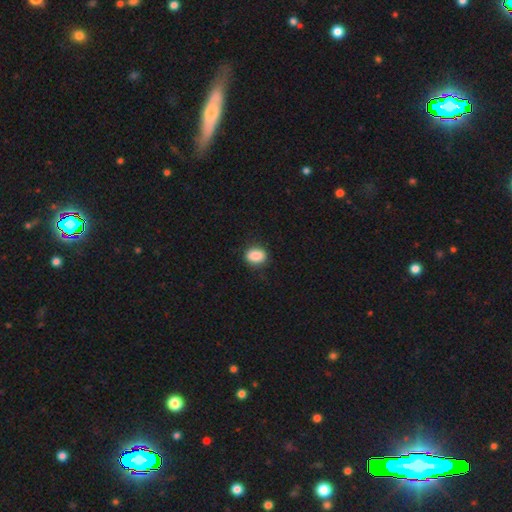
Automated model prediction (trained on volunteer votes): This appears to be a smooth galaxy with no disk features (87%) that is in between round and cigar-shaped (71%). Merging: none (86%).